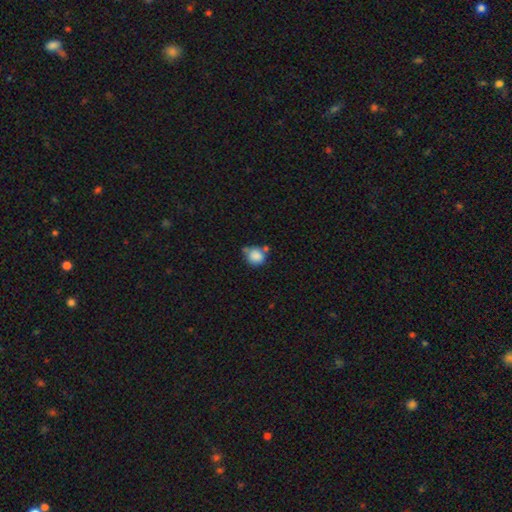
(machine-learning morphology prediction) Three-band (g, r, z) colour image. It shows a smooth galaxy with no disk features (84%) that is round (83%). Merging: none (52%).